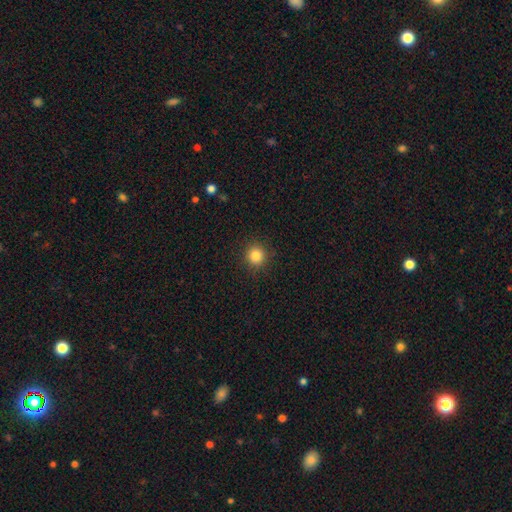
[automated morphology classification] This appears to be a smooth galaxy with no disk features (84%) that is round (93%). Merging: none (91%).